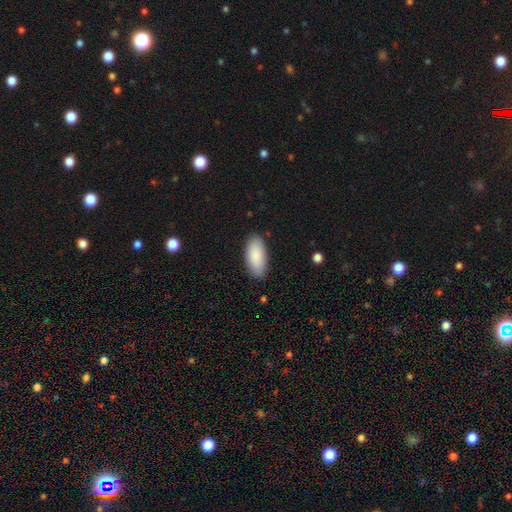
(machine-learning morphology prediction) Smooth or featured? Predicted: smooth (p=0.88). How rounded? Predicted: in between (p=0.89). Merging? Predicted: none (p=0.87).